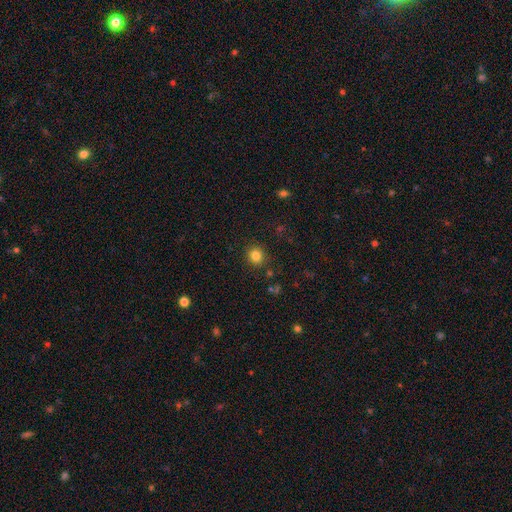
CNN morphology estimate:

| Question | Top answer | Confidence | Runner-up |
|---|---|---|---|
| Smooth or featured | smooth | 82% | star or artifact (12%) |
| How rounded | round | 86% | in between (13%) |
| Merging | none | 89% | minor disturbance (7%) |